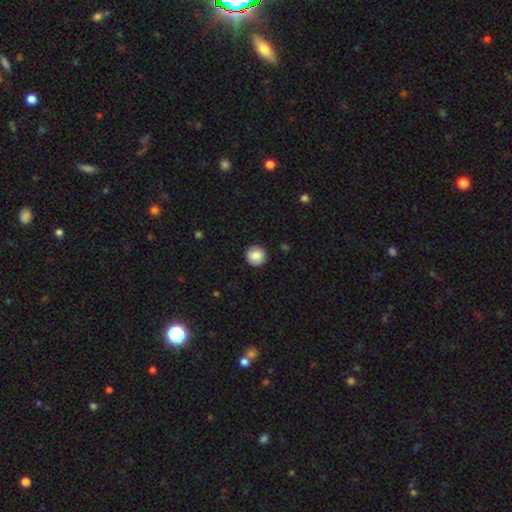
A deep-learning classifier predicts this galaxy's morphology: A smooth galaxy with no disk features (87%) that is round (95%). Merging: none (91%).